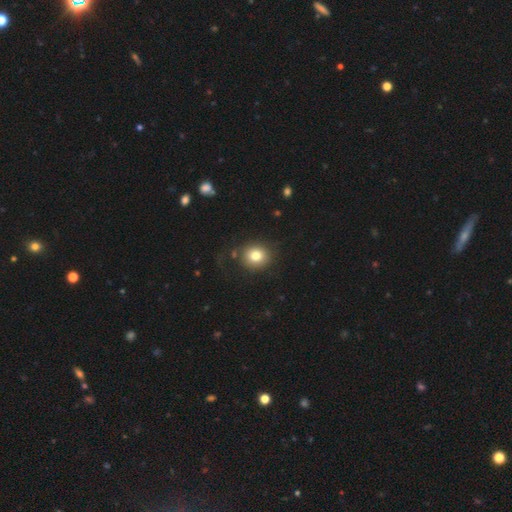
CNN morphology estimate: smooth-or-featured: smooth: 80% | star or artifact: 10% | featured or disk: 10%
  how-rounded: round: 81% | in between: 18% | cigar-shaped: 1%
  merging: none: 80% | minor disturbance: 11% | major disturbance: 6% | merger: 3%